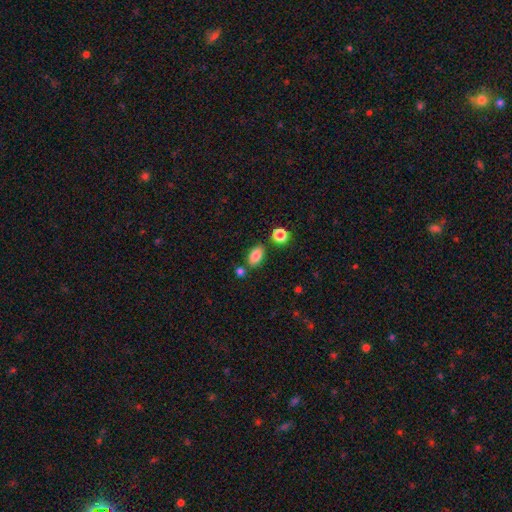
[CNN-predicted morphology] Smooth or featured? smooth (85%)
How rounded? in between (88%)
Merging? none (76%)